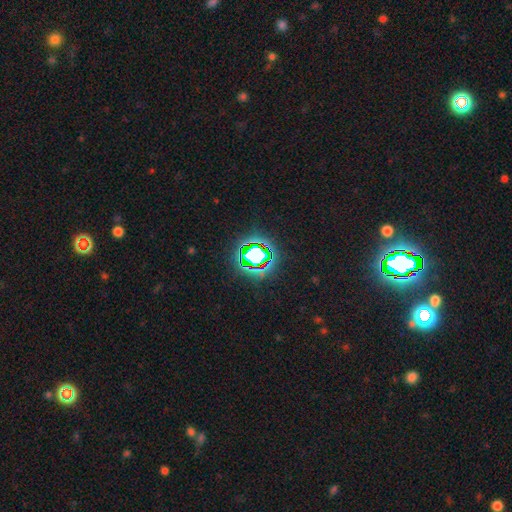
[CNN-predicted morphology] Smooth or featured? star or artifact (68%)